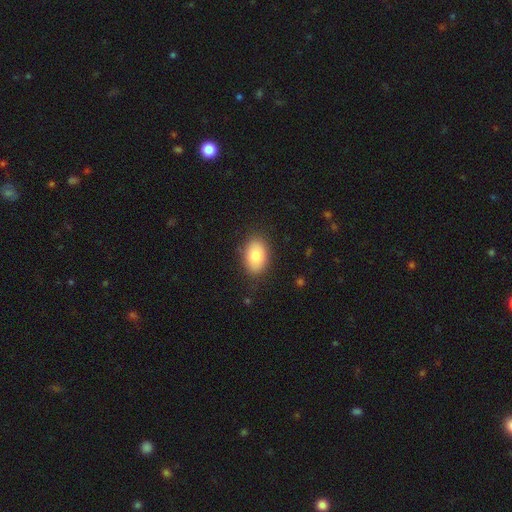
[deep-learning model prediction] Smooth or featured?
  - smooth: 82% *
  - featured or disk: 11%
  - star or artifact: 7%
How rounded?
  - in between: 88% *
  - round: 11%
  - cigar-shaped: 1%
Merging?
  - none: 84% *
  - minor disturbance: 12%
  - major disturbance: 3%
  - merger: 1%